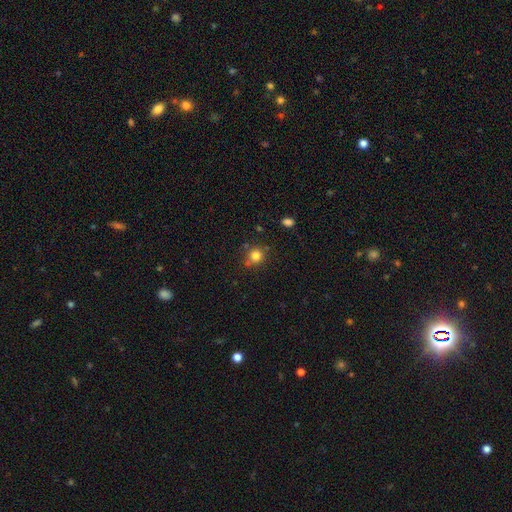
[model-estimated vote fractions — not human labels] Overall: smooth (80%). How rounded: round (89%). Merging: none (71%).